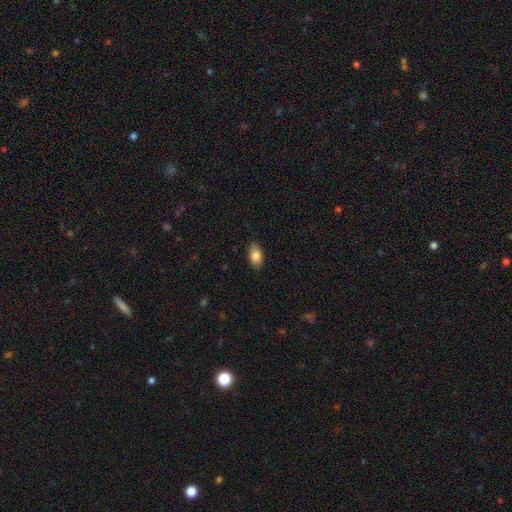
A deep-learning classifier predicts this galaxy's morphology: Smooth or featured?
  - smooth: 84% *
  - featured or disk: 9%
  - star or artifact: 7%
How rounded?
  - in between: 91% *
  - round: 5%
  - cigar-shaped: 4%
Merging?
  - none: 84% *
  - minor disturbance: 12%
  - major disturbance: 2%
  - merger: 1%